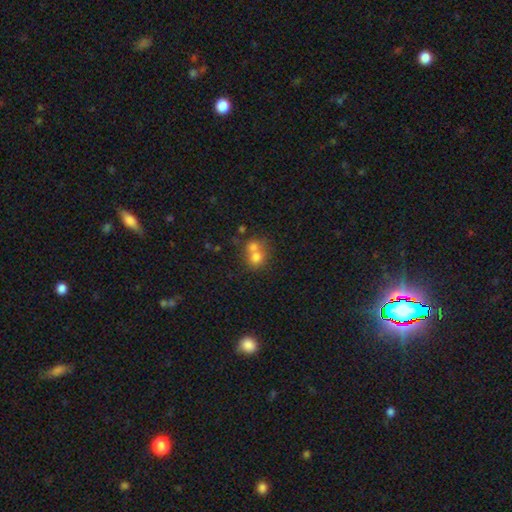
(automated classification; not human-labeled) Q: Smooth or featured?
A: smooth (71%); runner-up: featured or disk (16%)
Q: How rounded?
A: round (77%); runner-up: in between (22%)
Q: Merging?
A: merger (60%); runner-up: none (31%)